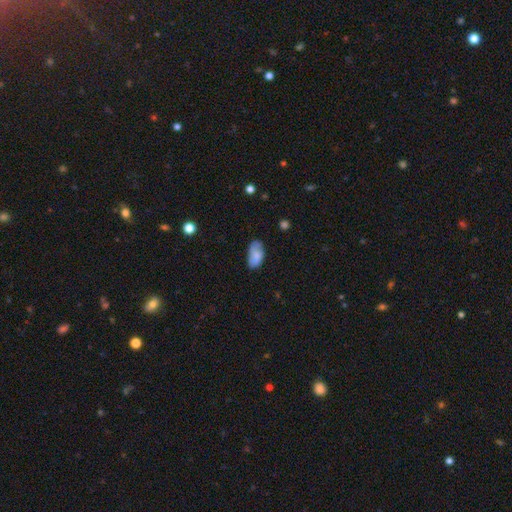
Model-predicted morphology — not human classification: The model was most divided on "merging": none: 62%, minor disturbance: 29%, major disturbance: 7%, merger: 2%. More confident: how rounded — in between (94%); smooth or featured — smooth (80%).